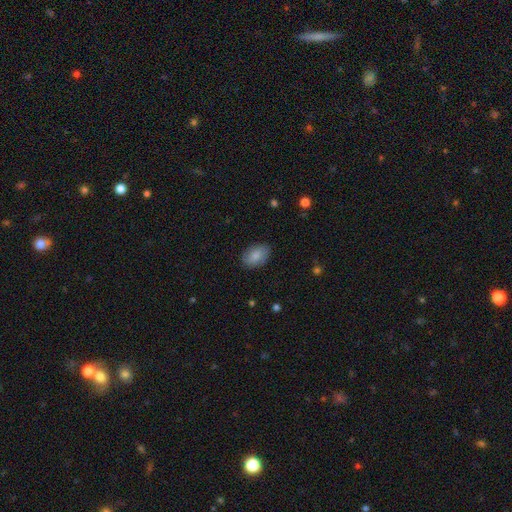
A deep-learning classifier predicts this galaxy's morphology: Q: Smooth or featured?
A: smooth (84%); runner-up: featured or disk (9%)
Q: How rounded?
A: in between (90%); runner-up: round (9%)
Q: Merging?
A: none (85%); runner-up: minor disturbance (12%)